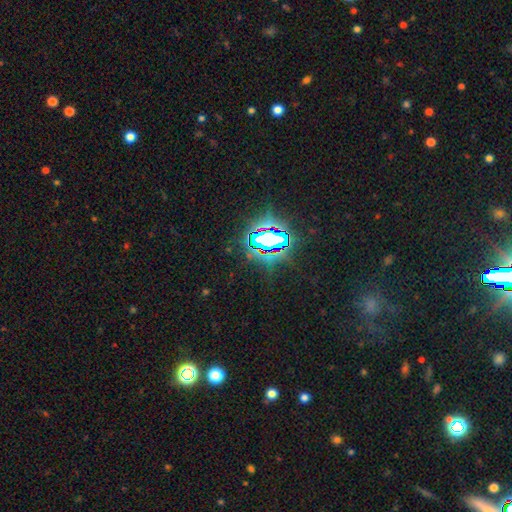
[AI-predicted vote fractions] Overall: star or artifact (83%).